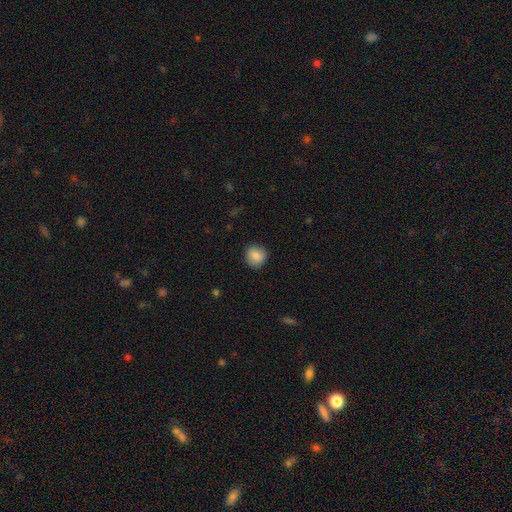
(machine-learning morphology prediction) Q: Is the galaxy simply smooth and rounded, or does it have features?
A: smooth — 86%.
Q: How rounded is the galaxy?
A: round — 84%.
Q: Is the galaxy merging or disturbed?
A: none — 87%.